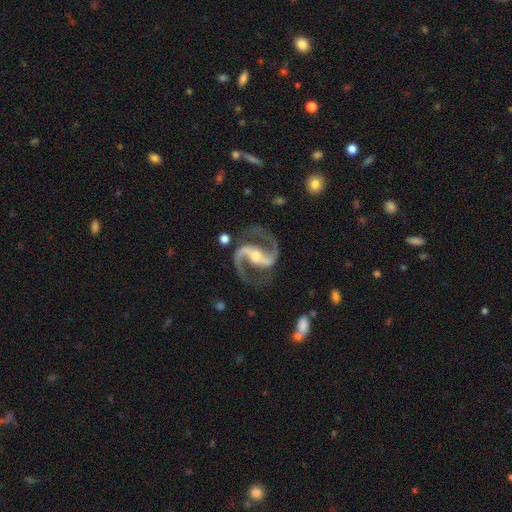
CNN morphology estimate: type=featured or disk (94%); edge-on=no (98%); bar=strong (58%); spiral arms=yes (98%); winding=medium (66%); arm count=2 (95%); bulge=moderate (50%); merging=none (81%).